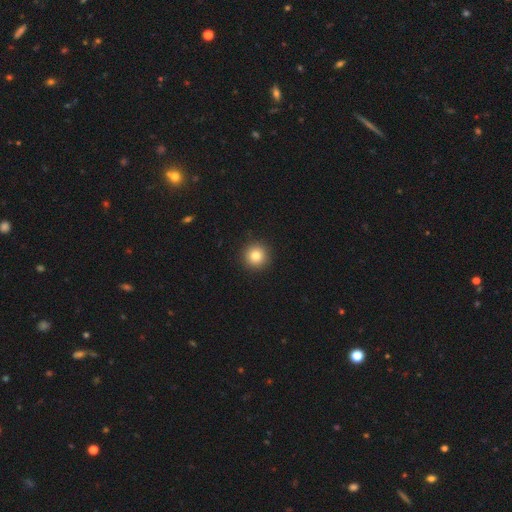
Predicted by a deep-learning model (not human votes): Smooth or featured?
  - smooth: 81% *
  - star or artifact: 11%
  - featured or disk: 8%
How rounded?
  - round: 96% *
  - in between: 4%
  - cigar-shaped: 1%
Merging?
  - none: 93% *
  - minor disturbance: 5%
  - major disturbance: 2%
  - merger: 1%